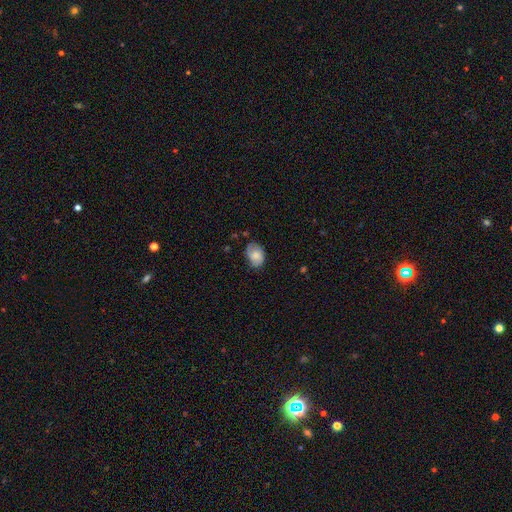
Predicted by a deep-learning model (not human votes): smooth 66%, featured or disk 26%, star or artifact 8%. Down the decision tree: how rounded — in between (76%); merging — none (66%).